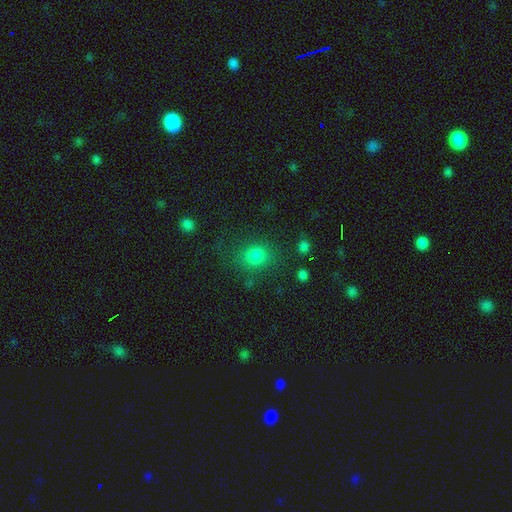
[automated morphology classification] Smooth or featured: smooth — 79% (star or artifact — 14%)
How rounded: round — 74% (in between — 25%)
Merging: none — 75% (minor disturbance — 14%)